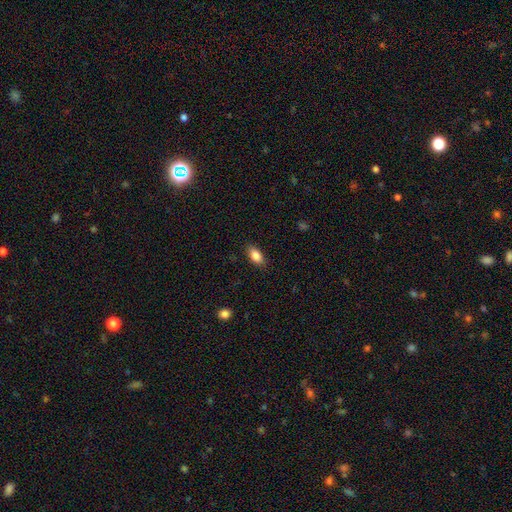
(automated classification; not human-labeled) This is clearly a smooth galaxy (85%). How rounded: clearly in between (88%). Merging: clearly none (86%).